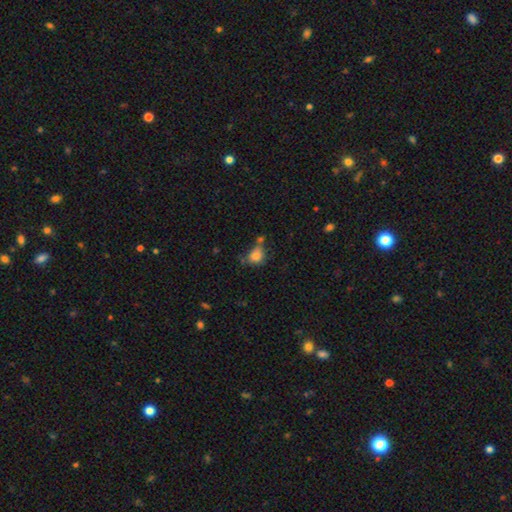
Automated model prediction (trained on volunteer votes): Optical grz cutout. It shows a smooth galaxy with no disk features (79%) that is round (57%). Merging: none (46%).